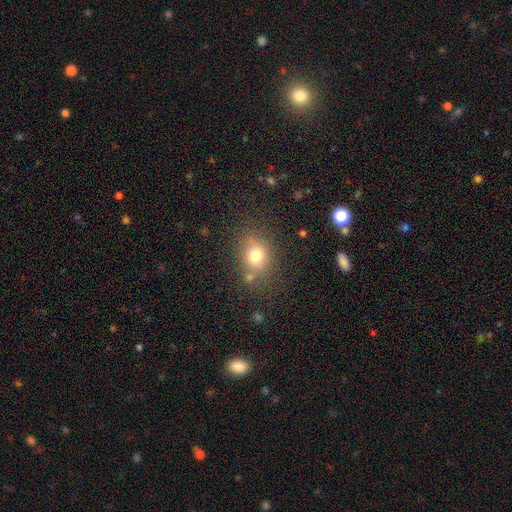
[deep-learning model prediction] Overall: smooth (75%). How rounded: round (58%; in between 41%). Merging: none (71%).